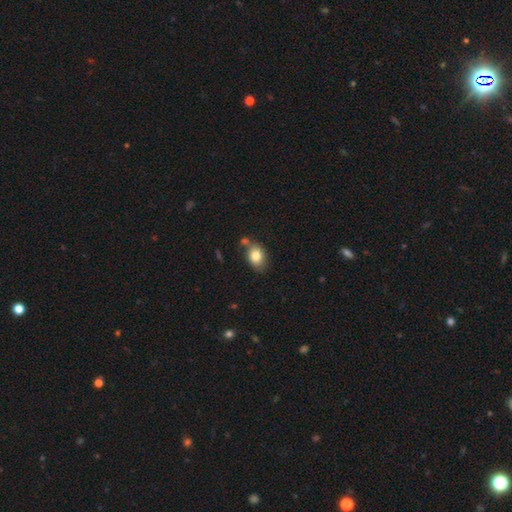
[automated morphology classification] Smooth or featured? smooth (82%)
How rounded? in between (72%)
Merging? none (60%)